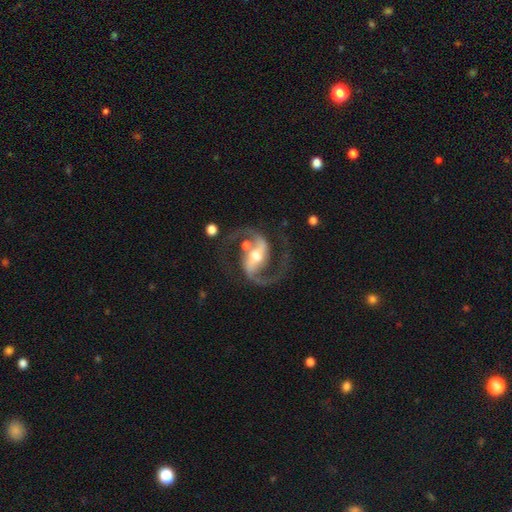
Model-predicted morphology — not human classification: Q: Smooth or featured?
A: featured or disk (93%); runner-up: star or artifact (4%)
Q: Edge-on disk?
A: no (98%); runner-up: yes (2%)
Q: Bar?
A: strong (57%); runner-up: weak (29%)
Q: Spiral arms?
A: yes (98%); runner-up: no (2%)
Q: Spiral winding?
A: medium (62%); runner-up: loose (28%)
Q: Spiral arm count?
A: 2 (94%); runner-up: 1 (1%)
Q: Bulge size?
A: moderate (67%); runner-up: small (19%)
Q: Merging?
A: none (77%); runner-up: minor disturbance (11%)